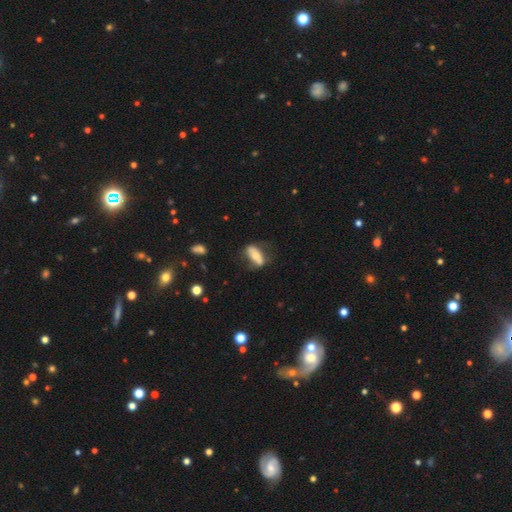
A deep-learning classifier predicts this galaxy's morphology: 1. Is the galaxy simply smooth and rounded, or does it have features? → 59% smooth, 34% featured or disk, 7% star or artifact.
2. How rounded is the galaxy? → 73% in between, 23% cigar-shaped, 4% round.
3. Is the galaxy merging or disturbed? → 54% none, 26% minor disturbance, 15% major disturbance, 5% merger.